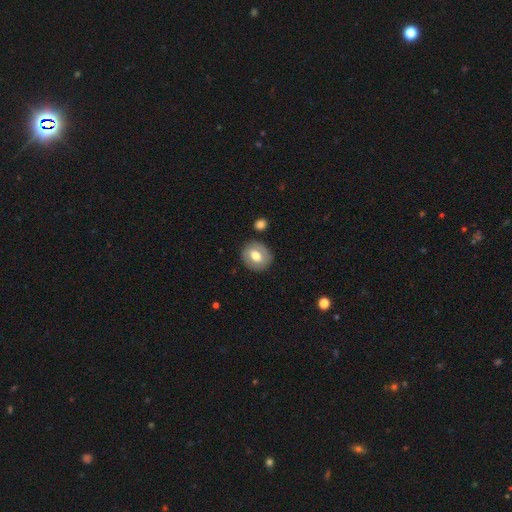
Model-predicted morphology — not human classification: Smooth or featured? smooth (65%)
How rounded? round (69%)
Merging? none (84%)